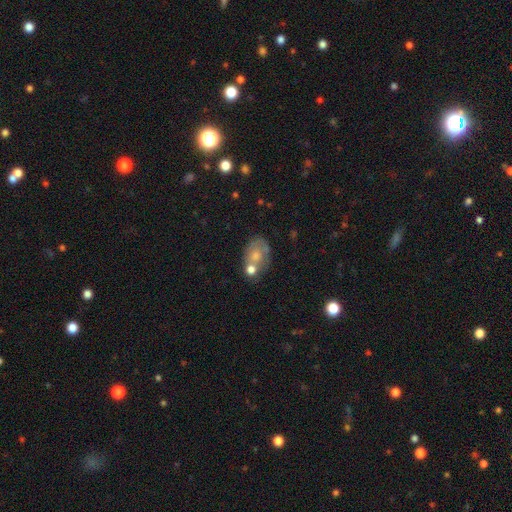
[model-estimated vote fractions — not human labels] Smooth or featured? Predicted: smooth (p=0.60). How rounded? Predicted: in between (p=0.71). Merging? Predicted: merger (p=0.37).